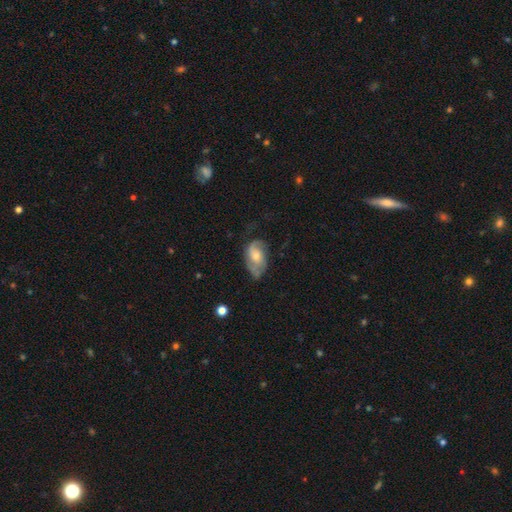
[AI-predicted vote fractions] Overall: featured or disk (63%; smooth 31%). Edge-on disk: no (95%). Bar: no (68%). Spiral arms: yes (85%). Spiral arm count: 2 (66%). Spiral winding: medium (43%; tight 31%). Bulge size: moderate (52%; small 38%). Merging: none (52%; minor disturbance 29%).